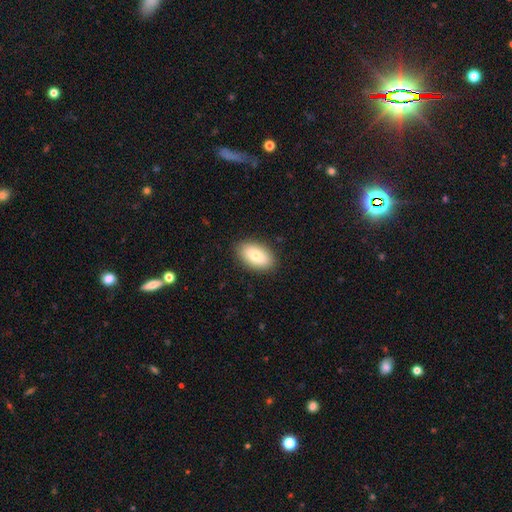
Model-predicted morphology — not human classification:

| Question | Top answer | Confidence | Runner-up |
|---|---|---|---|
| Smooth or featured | smooth | 81% | featured or disk (13%) |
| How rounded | in between | 93% | round (4%) |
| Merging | none | 88% | minor disturbance (9%) |